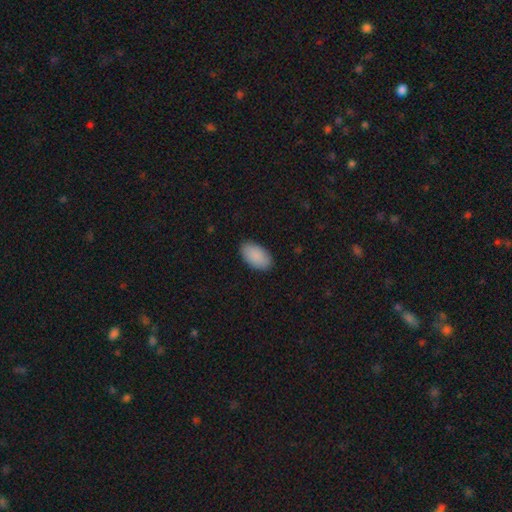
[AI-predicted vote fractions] Smooth or featured?
  - smooth: 90% *
  - star or artifact: 6%
  - featured or disk: 4%
How rounded?
  - in between: 95% *
  - round: 3%
  - cigar-shaped: 1%
Merging?
  - none: 87% *
  - minor disturbance: 10%
  - major disturbance: 2%
  - merger: 1%